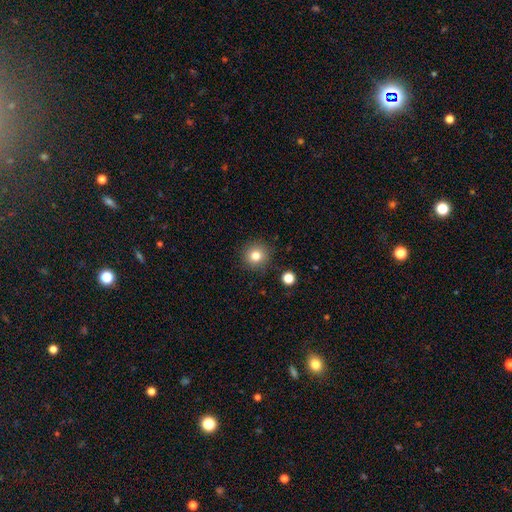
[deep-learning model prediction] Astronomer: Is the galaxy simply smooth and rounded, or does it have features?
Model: smooth — 80%.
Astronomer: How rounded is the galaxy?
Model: round — 94%.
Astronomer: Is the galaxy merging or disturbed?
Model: none — 89%.